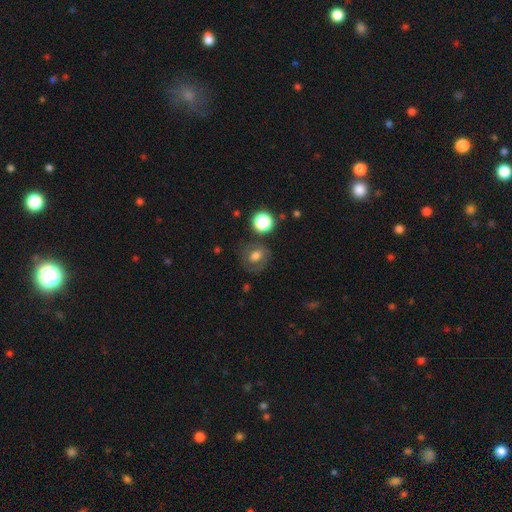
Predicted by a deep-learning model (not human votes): Morphology: type=smooth (57%); roundness=round (63%); merging=none (70%).